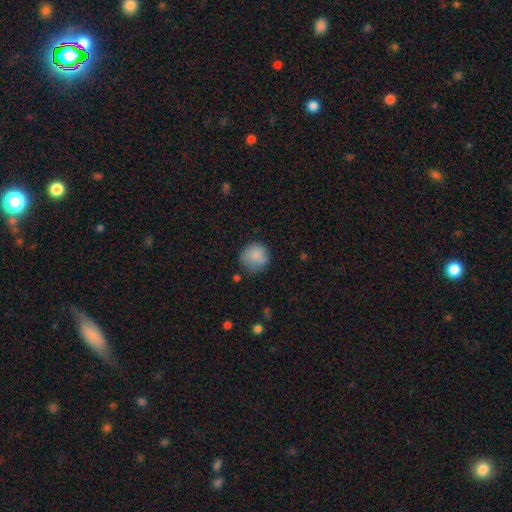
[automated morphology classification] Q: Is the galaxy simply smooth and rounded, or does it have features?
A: smooth — 85%.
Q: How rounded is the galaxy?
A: round — 92%.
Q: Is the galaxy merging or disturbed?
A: none — 73%.